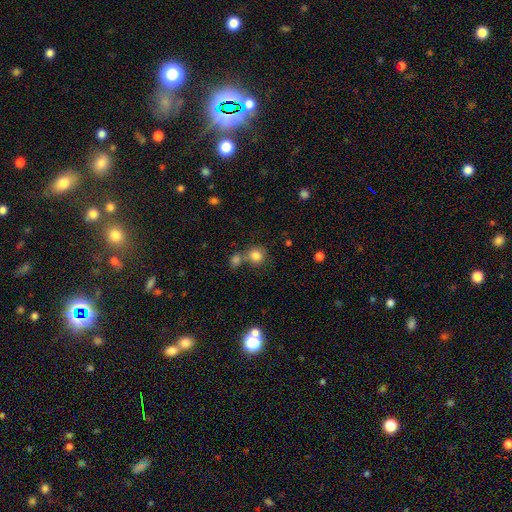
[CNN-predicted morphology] type=smooth (82%); roundness=round (87%); merging=none (56%).